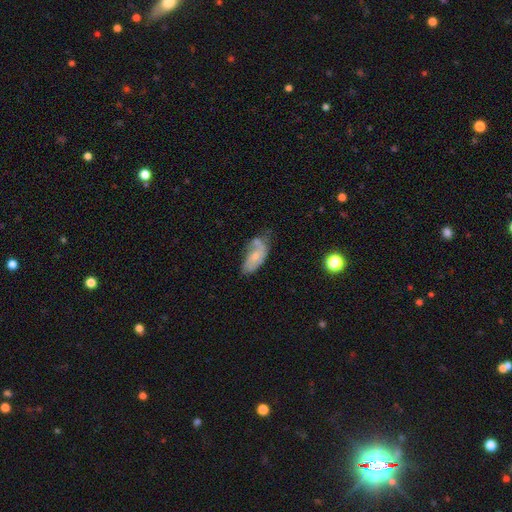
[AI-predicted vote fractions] Q: Smooth or featured?
A: featured or disk (50%); runner-up: smooth (42%)
Q: Merging?
A: none (35%); runner-up: minor disturbance (31%)